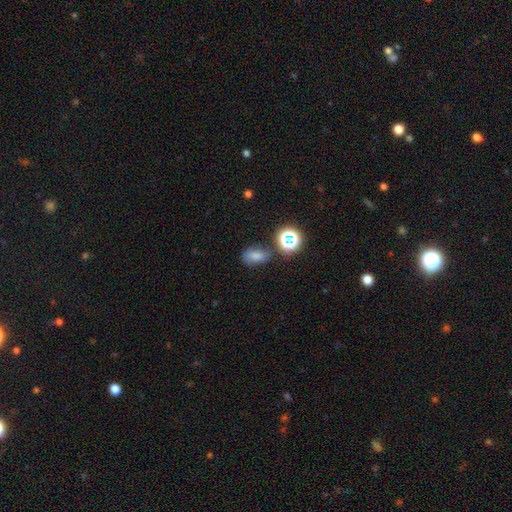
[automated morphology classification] Smooth or featured: smooth — 69% (star or artifact — 19%)
How rounded: in between — 78% (round — 19%)
Merging: none — 64% (minor disturbance — 20%)